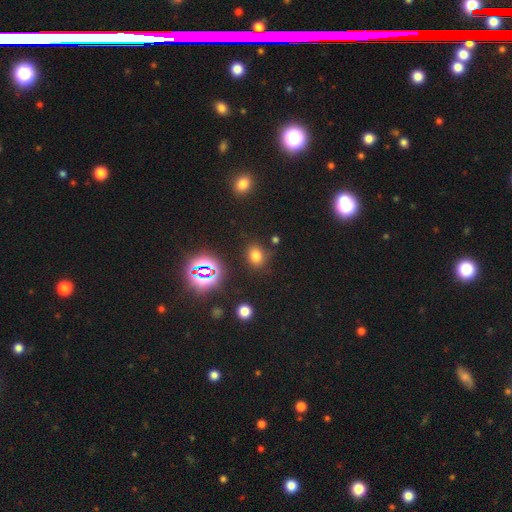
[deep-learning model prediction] Smooth or featured?
  - smooth: 70% *
  - star or artifact: 23%
  - featured or disk: 7%
How rounded?
  - in between: 51% *
  - round: 48%
  - cigar-shaped: 1%
Merging?
  - none: 81% *
  - minor disturbance: 11%
  - major disturbance: 4%
  - merger: 3%